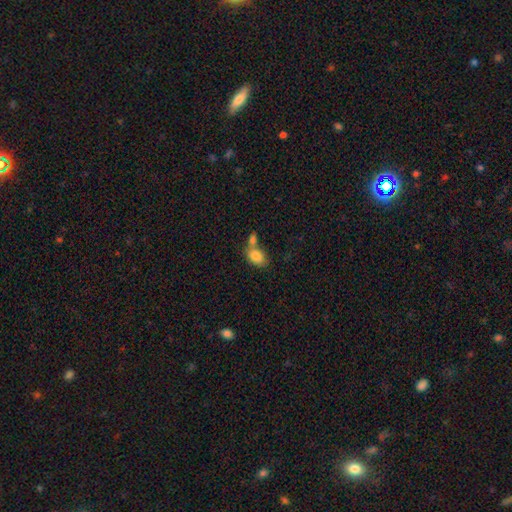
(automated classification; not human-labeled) smooth 84%, featured or disk 8%, star or artifact 8%. Down the decision tree: how rounded — in between (85%); merging — merger (43%).